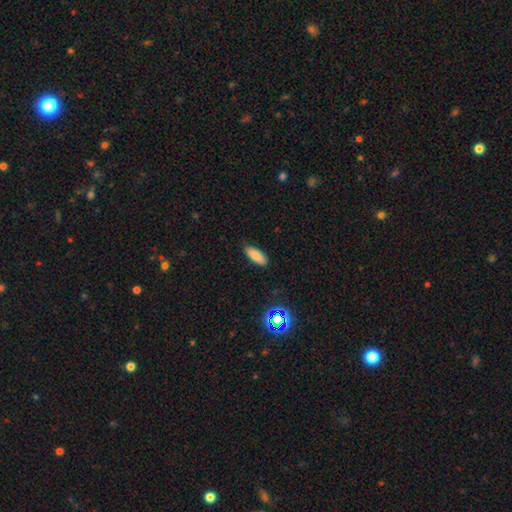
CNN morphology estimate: Smooth or featured: smooth — 84% (star or artifact — 10%)
How rounded: in between — 78% (cigar-shaped — 20%)
Merging: none — 84% (minor disturbance — 12%)